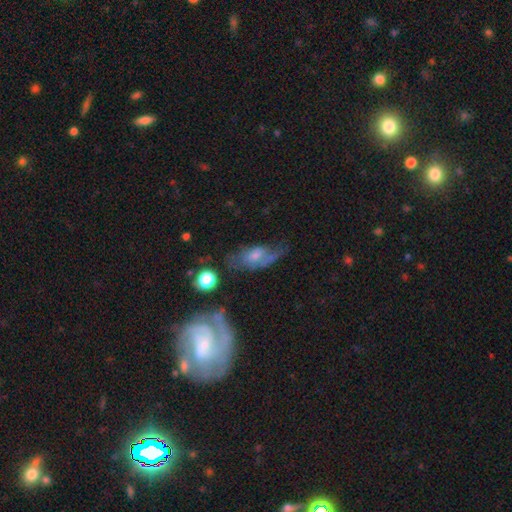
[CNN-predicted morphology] featured or disk 63%, smooth 25%, star or artifact 12%. Down the decision tree: edge-on disk — no (90%); bar — no (54%); spiral arms — yes (82%); bulge size — small (48%); merging — none (44%).